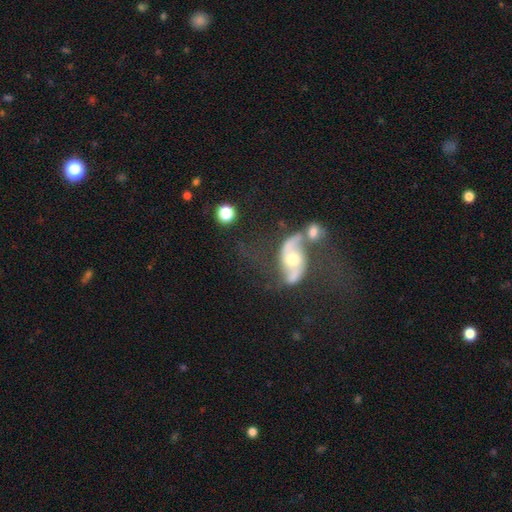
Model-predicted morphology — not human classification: smooth_or_featured: featured or disk (p=0.75) [alt: smooth p=0.14]
disk_edge_on: no (p=0.94) [alt: yes p=0.06]
bar: no (p=0.51) [alt: weak p=0.32]
has_spiral_arms: yes (p=0.79) [alt: no p=0.21]
spiral_winding: loose (p=0.72) [alt: medium p=0.22]
spiral_arm_count: 2 (p=0.79) [alt: 1 p=0.09]
bulge_size: moderate (p=0.56) [alt: small p=0.26]
merging: merger (p=0.40) [alt: none p=0.26]